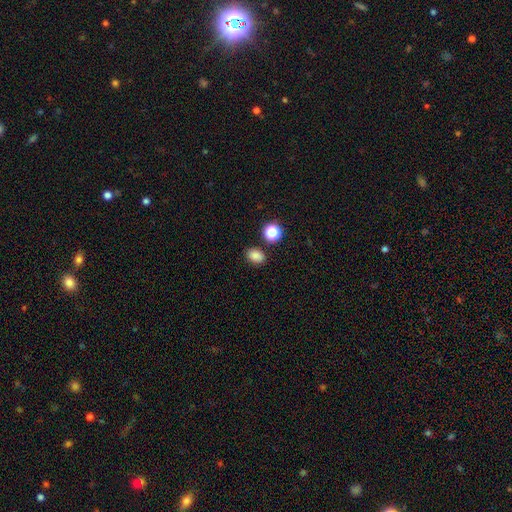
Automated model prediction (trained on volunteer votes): Morphology: type=smooth (82%); roundness=in between (66%); merging=none (82%).